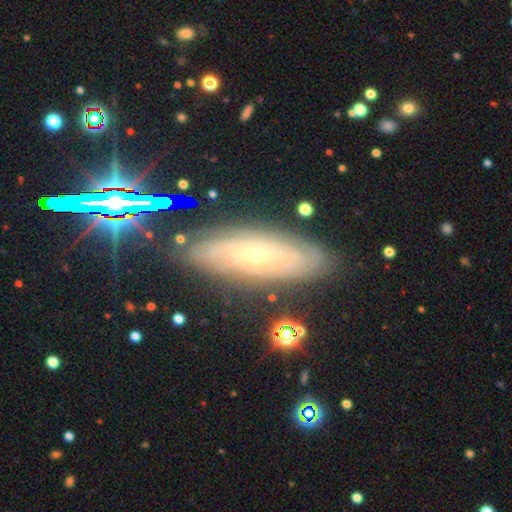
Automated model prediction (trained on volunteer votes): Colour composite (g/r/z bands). It shows a featured or disk galaxy (66%). Merging: none (83%).